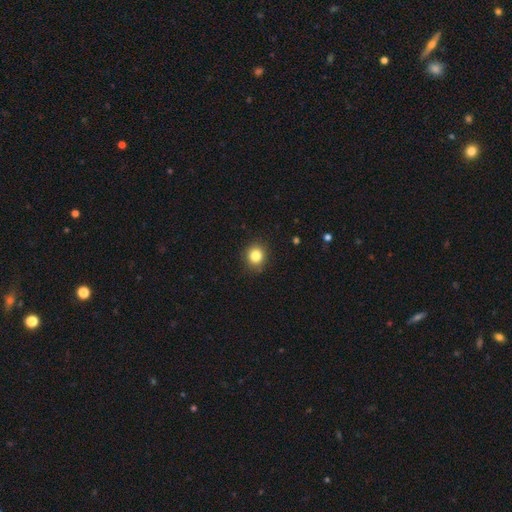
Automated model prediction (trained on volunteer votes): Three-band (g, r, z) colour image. It shows a smooth galaxy with no disk features (83%) that is round (81%). Merging: none (87%).